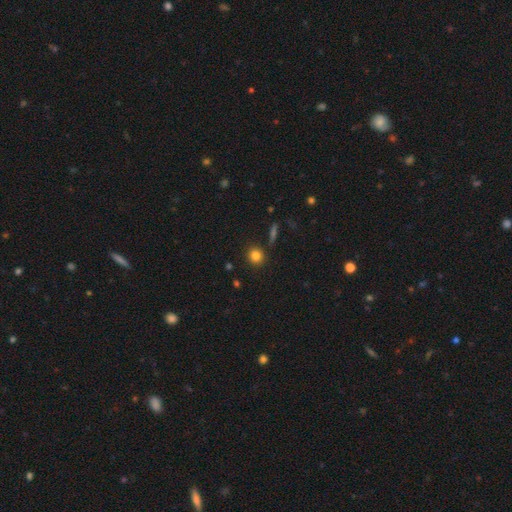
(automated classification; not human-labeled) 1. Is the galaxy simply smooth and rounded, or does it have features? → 82% smooth, 11% star or artifact, 6% featured or disk.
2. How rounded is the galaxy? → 88% round, 10% in between, 1% cigar-shaped.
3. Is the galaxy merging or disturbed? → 88% none, 7% minor disturbance, 3% merger, 2% major disturbance.